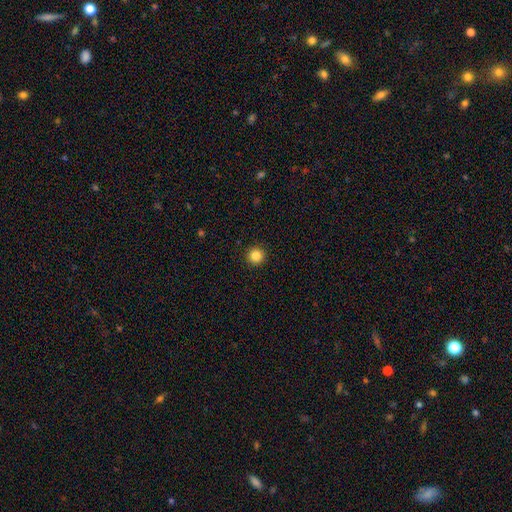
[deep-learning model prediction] Overall: smooth (84%). How rounded: round (96%). Merging: none (94%).